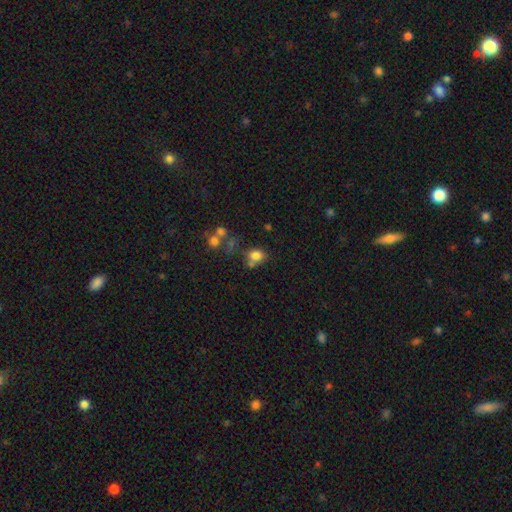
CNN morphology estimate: Overall: smooth (78%). How rounded: round (57%; in between 42%). Merging: none (54%; merger 21%).